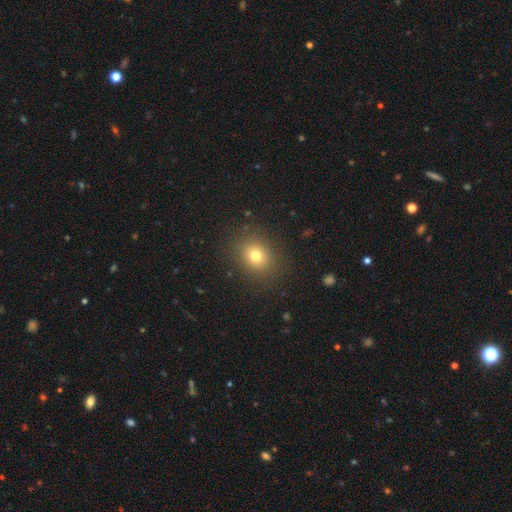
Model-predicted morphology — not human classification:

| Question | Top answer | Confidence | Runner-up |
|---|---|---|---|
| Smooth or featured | smooth | 75% | star or artifact (15%) |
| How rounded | round | 60% | in between (39%) |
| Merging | none | 87% | minor disturbance (8%) |